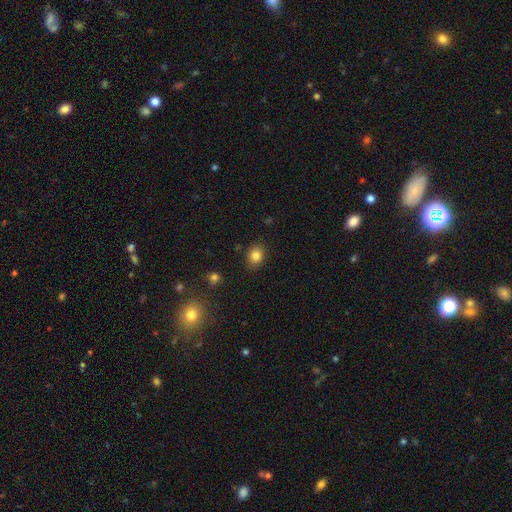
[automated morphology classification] A smooth galaxy with no disk features (83%) that is in between round and cigar-shaped (50%).

Vote fractions:
- Smooth or featured? smooth: 83% / star or artifact: 11% / featured or disk: 6%
- How rounded? in between: 50% / round: 49% / cigar-shaped: 1%
- Merging? none: 84% / minor disturbance: 11% / major disturbance: 3% / merger: 2%